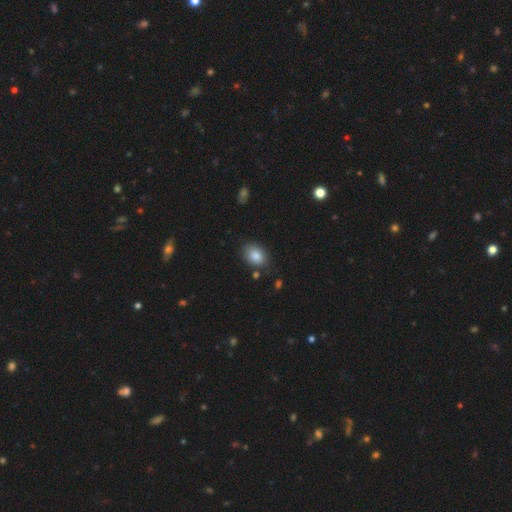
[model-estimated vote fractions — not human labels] Overall: smooth (85%). How rounded: in between (76%). Merging: none (76%).